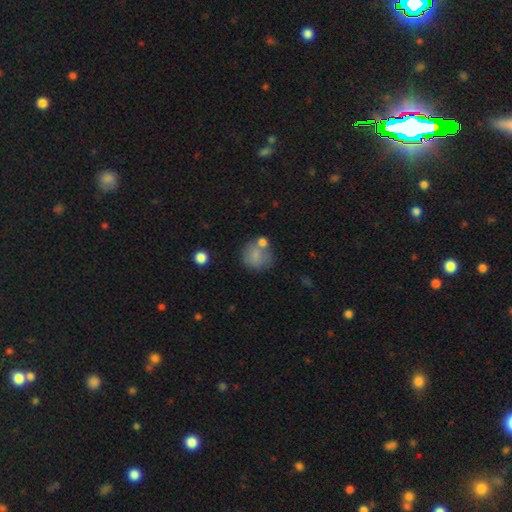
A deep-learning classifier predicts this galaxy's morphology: smooth_or_featured: smooth (p=0.77) [alt: featured or disk p=0.13]
how_rounded: round (p=0.83) [alt: in between p=0.16]
merging: none (p=0.54) [alt: merger p=0.20]